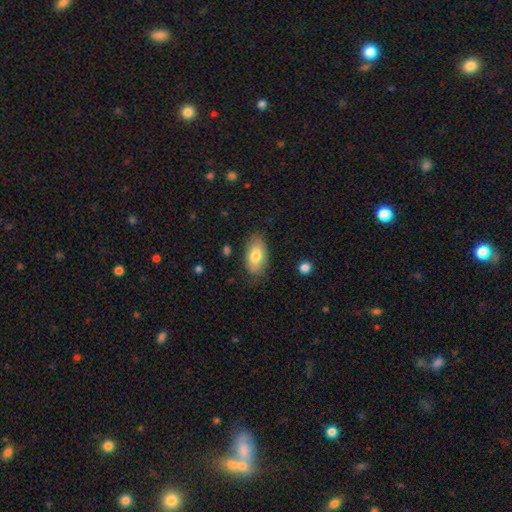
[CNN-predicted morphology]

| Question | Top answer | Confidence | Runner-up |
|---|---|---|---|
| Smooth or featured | smooth | 78% | featured or disk (16%) |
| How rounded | in between | 93% | round (4%) |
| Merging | none | 79% | minor disturbance (16%) |